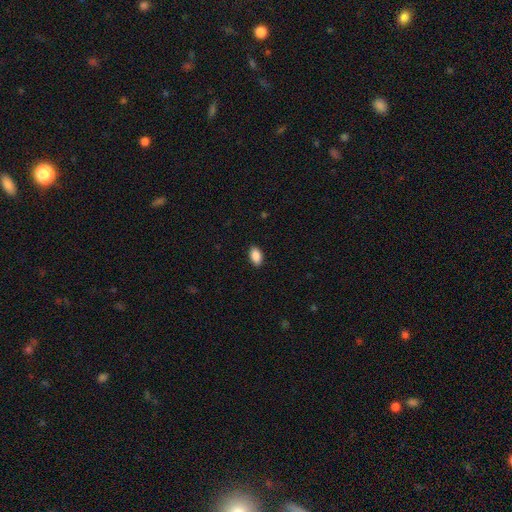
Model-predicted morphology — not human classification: smooth-or-featured: smooth: 89% | star or artifact: 7% | featured or disk: 4%
  how-rounded: in between: 93% | round: 5% | cigar-shaped: 2%
  merging: none: 89% | minor disturbance: 8% | major disturbance: 2% | merger: 1%